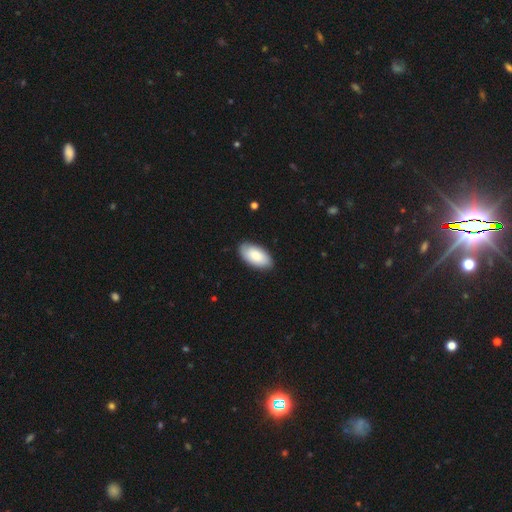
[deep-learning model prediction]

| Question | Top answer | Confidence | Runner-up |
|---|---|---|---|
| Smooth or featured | smooth | 85% | featured or disk (10%) |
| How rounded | in between | 96% | cigar-shaped (3%) |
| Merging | none | 86% | minor disturbance (11%) |